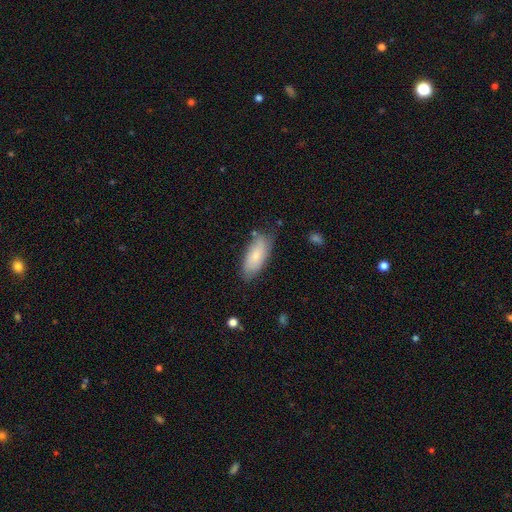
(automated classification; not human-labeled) Smooth or featured? smooth (72%)
How rounded? in between (83%)
Merging? none (72%)